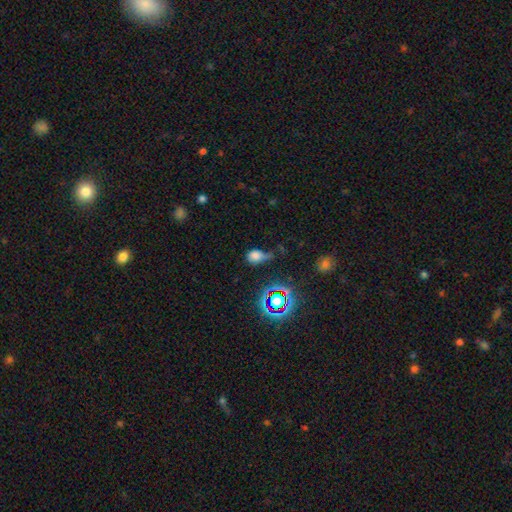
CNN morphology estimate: The model was most divided on "merging": minor disturbance: 35%, none: 30%, major disturbance: 27%, merger: 7%. More confident: smooth or featured — smooth (67%); how rounded — in between (61%).